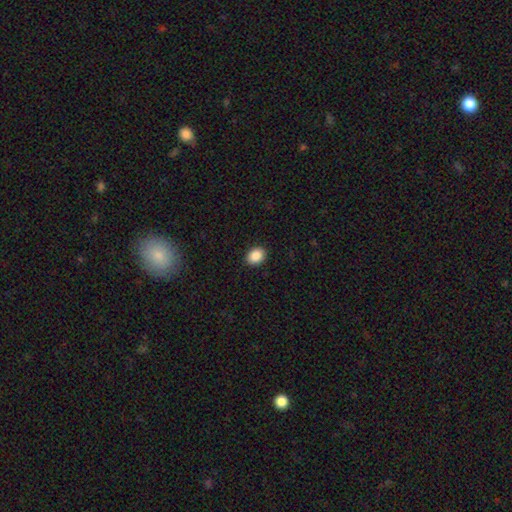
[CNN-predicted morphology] Overall: smooth (89%). How rounded: in between (57%; round 42%). Merging: none (91%).